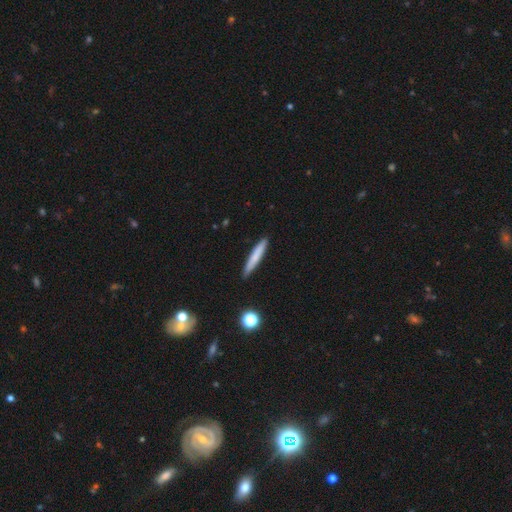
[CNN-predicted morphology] Smooth or featured?
  - smooth: 71% *
  - featured or disk: 22%
  - star or artifact: 7%
How rounded?
  - cigar-shaped: 94% *
  - in between: 5%
  - round: 1%
Merging?
  - none: 88% *
  - minor disturbance: 9%
  - major disturbance: 2%
  - merger: 1%